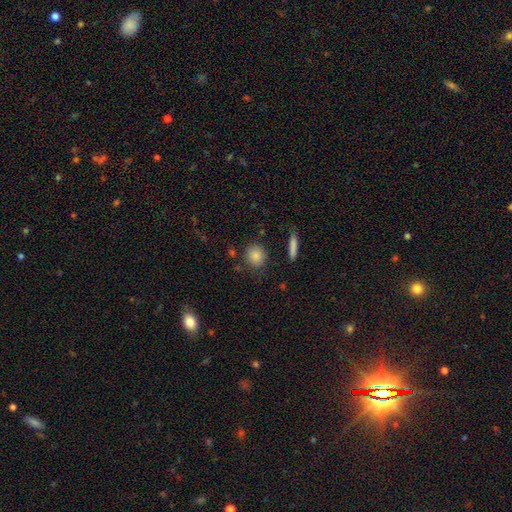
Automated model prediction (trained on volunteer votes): The model was most divided on "how rounded": round: 80%, in between: 18%, cigar-shaped: 2%. More confident: smooth or featured — smooth (84%); merging — none (84%).